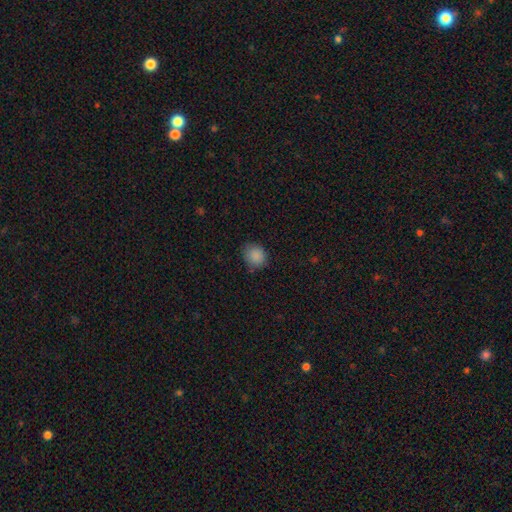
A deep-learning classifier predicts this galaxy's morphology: smooth_or_featured: smooth (p=0.88) [alt: star or artifact p=0.09]
how_rounded: round (p=0.66) [alt: in between p=0.33]
merging: none (p=0.80) [alt: minor disturbance p=0.16]